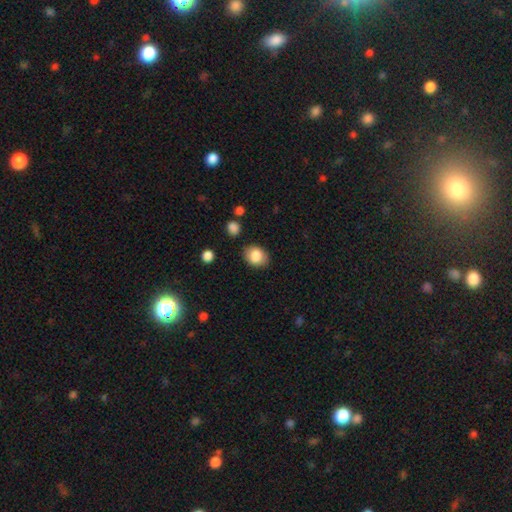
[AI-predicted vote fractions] The model was most divided on "how rounded": in between: 60%, round: 39%, cigar-shaped: 1%. More confident: merging — none (84%); smooth or featured — smooth (83%).